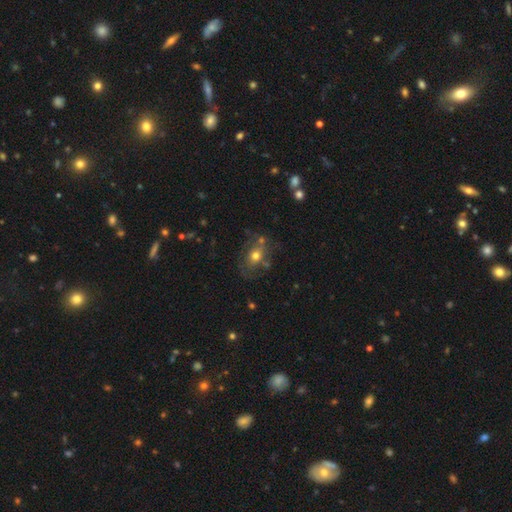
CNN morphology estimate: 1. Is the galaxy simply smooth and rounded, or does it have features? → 52% smooth, 35% featured or disk, 13% star or artifact.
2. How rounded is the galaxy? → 58% in between, 40% round, 2% cigar-shaped.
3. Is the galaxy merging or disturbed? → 59% none, 21% minor disturbance, 13% major disturbance, 7% merger.